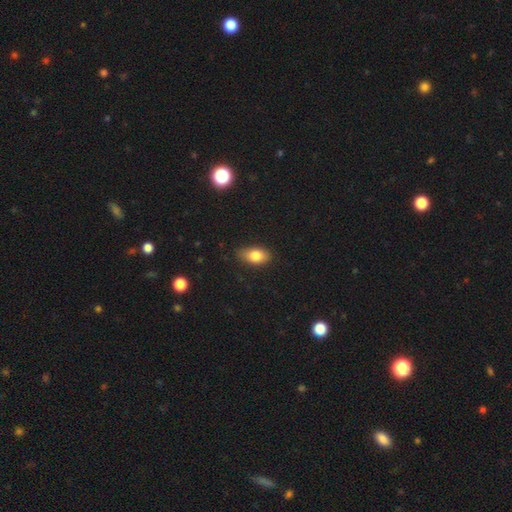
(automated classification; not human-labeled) Smooth or featured? Predicted: smooth (p=0.81). How rounded? Predicted: in between (p=0.87). Merging? Predicted: none (p=0.79).